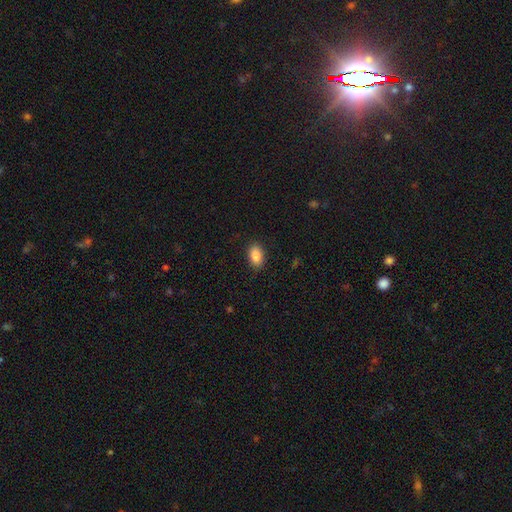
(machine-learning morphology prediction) A smooth galaxy with no disk features (88%) that is in between round and cigar-shaped (91%). Merging: none (89%).